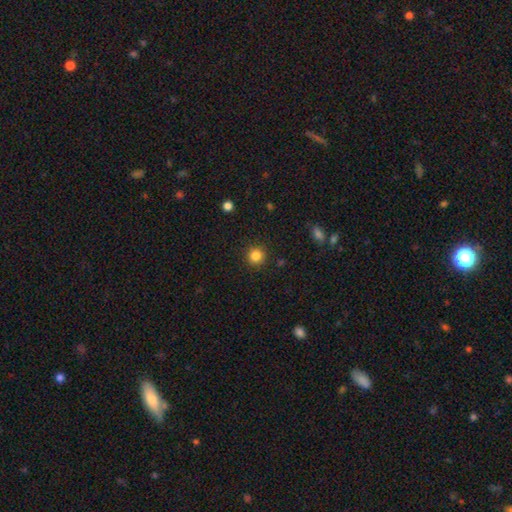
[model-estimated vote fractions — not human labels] A smooth galaxy with no disk features (84%) that is round (94%).

Vote fractions:
- Smooth or featured? smooth: 84% / star or artifact: 11% / featured or disk: 4%
- How rounded? round: 94% / in between: 5% / cigar-shaped: 1%
- Merging? none: 91% / minor disturbance: 6% / major disturbance: 2% / merger: 1%